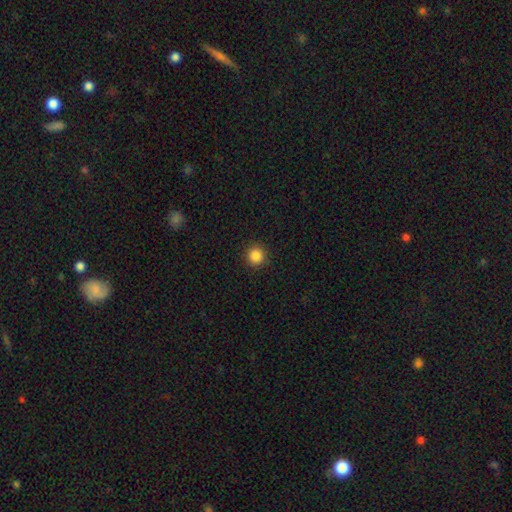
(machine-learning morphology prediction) Q: Smooth or featured?
A: smooth (86%); runner-up: star or artifact (11%)
Q: How rounded?
A: round (95%); runner-up: in between (4%)
Q: Merging?
A: none (92%); runner-up: minor disturbance (5%)